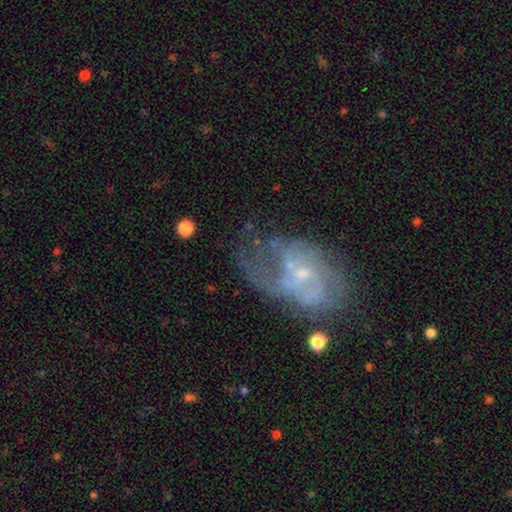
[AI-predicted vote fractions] featured or disk 78%, smooth 13%, star or artifact 10%. Down the decision tree: edge-on disk — no (97%); bar — no (59%); spiral arms — yes (84%); spiral arm count — 2 (38%); spiral winding — medium (44%); bulge size — small (72%); merging — none (44%).